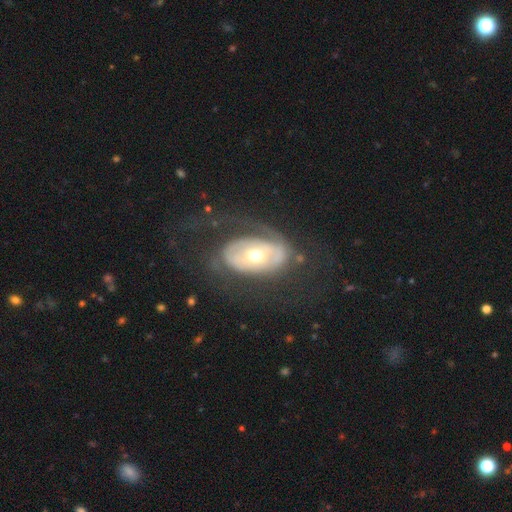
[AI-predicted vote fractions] A featured or disk galaxy (72%) with no bar (67%), spiral arms (61%) and a moderate central bulge (65%). Merging: none (52%).